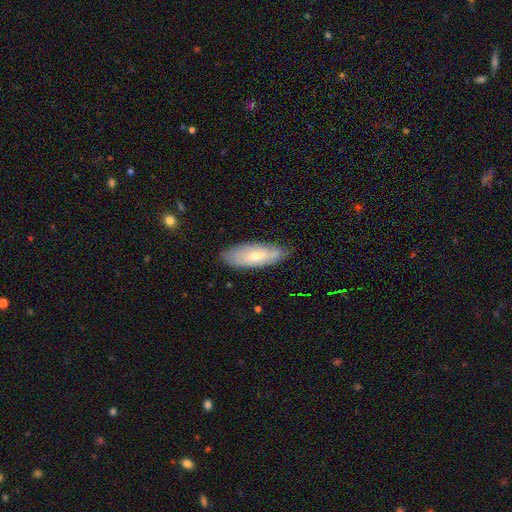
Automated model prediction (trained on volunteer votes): smooth 49%, featured or disk 45%, star or artifact 6%. Down the decision tree: merging — none (77%).